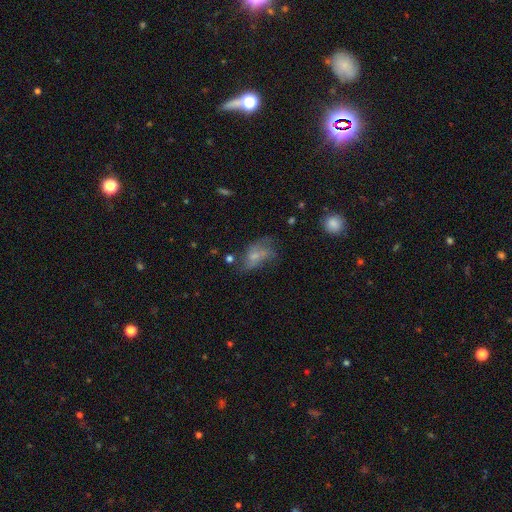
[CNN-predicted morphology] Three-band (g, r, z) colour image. It shows a smooth galaxy with no disk features (48%). Merging: none (35%).